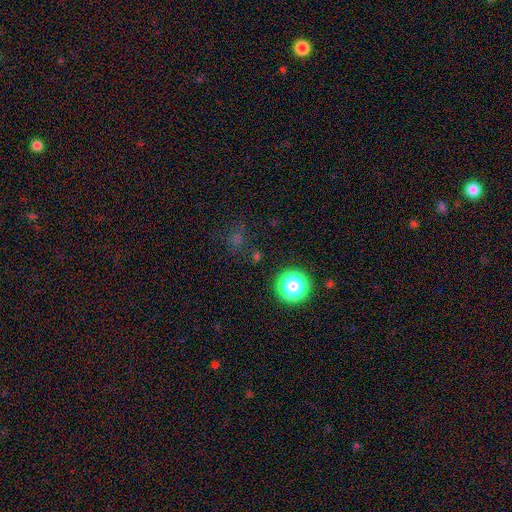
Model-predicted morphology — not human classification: This is possibly a star or artifact rather than a galaxy (50%).